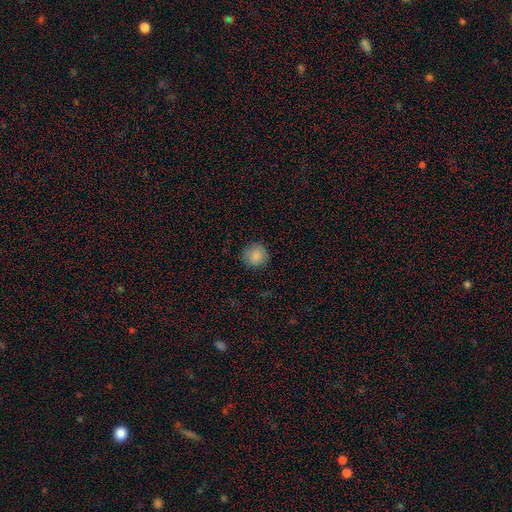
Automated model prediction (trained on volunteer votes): Overall: smooth (85%). How rounded: round (91%). Merging: none (84%).